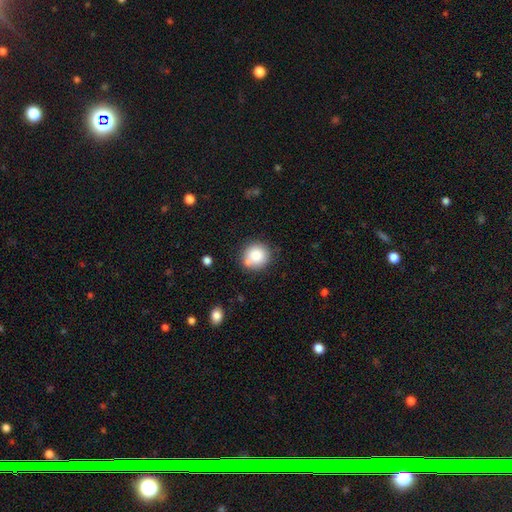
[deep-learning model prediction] Smooth or featured: smooth — 83% (star or artifact — 9%)
How rounded: round — 89% (in between — 10%)
Merging: none — 71% (minor disturbance — 13%)